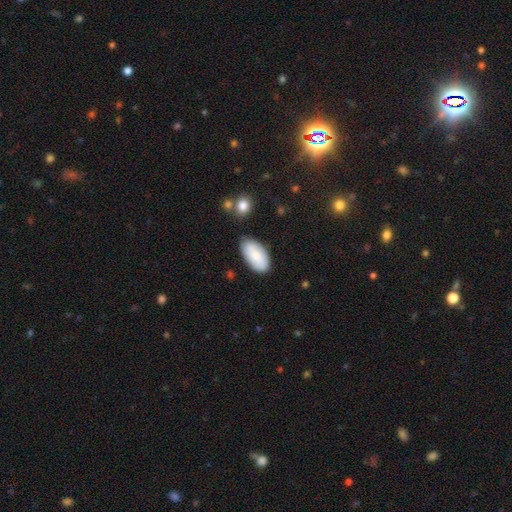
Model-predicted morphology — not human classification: A smooth galaxy with no disk features (83%) that is in between round and cigar-shaped (95%). Merging: none (77%).